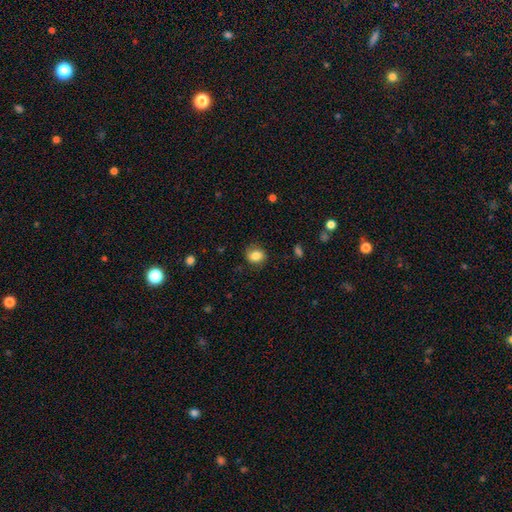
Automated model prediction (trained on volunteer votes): smooth-or-featured: smooth: 82% | star or artifact: 9% | featured or disk: 9%
  how-rounded: round: 61% | in between: 38% | cigar-shaped: 1%
  merging: none: 79% | minor disturbance: 15% | major disturbance: 4% | merger: 1%